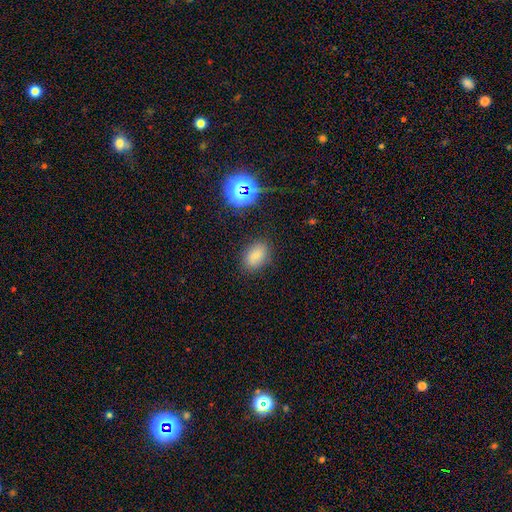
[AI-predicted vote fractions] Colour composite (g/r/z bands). It shows a smooth galaxy with no disk features (79%) that is in between round and cigar-shaped (82%). Merging: none (82%).